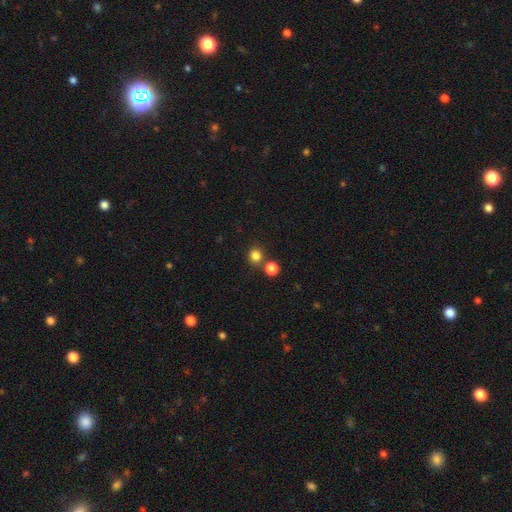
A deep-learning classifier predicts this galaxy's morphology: Smooth or featured? Predicted: smooth (p=0.81). How rounded? Predicted: round (p=0.89). Merging? Predicted: none (p=0.74).